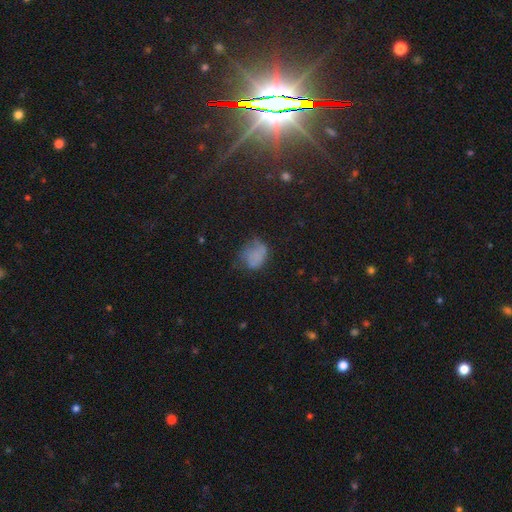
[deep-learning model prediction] Morphology: type=smooth (64%); roundness=in between (56%); merging=none (38%).